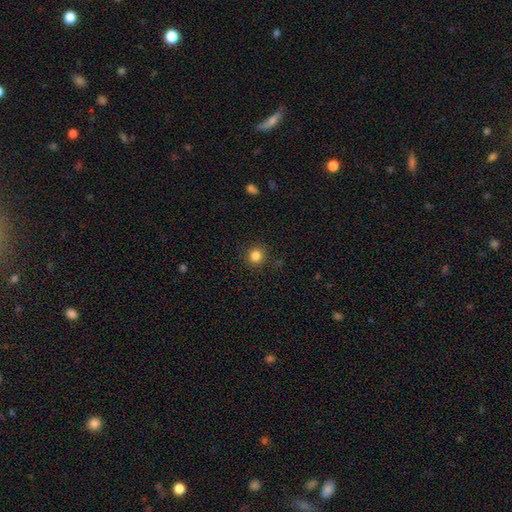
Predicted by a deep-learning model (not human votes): Smooth or featured? Predicted: smooth (p=0.84). How rounded? Predicted: round (p=0.92). Merging? Predicted: none (p=0.89).